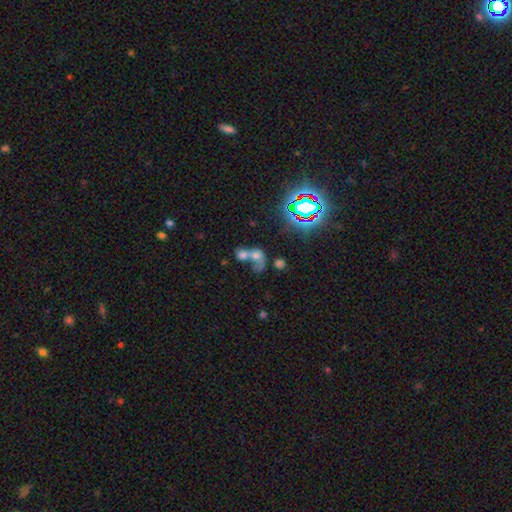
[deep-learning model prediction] Morphology: type=smooth (48%); merging=merger (74%).